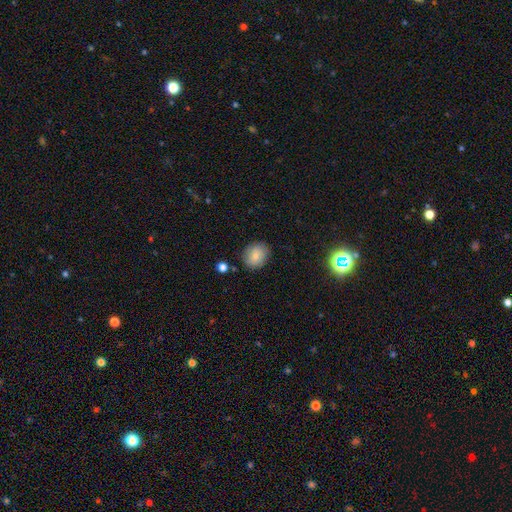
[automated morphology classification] smooth_or_featured: smooth (p=0.80) [alt: featured or disk p=0.11]
how_rounded: round (p=0.62) [alt: in between p=0.37]
merging: none (p=0.83) [alt: minor disturbance p=0.12]